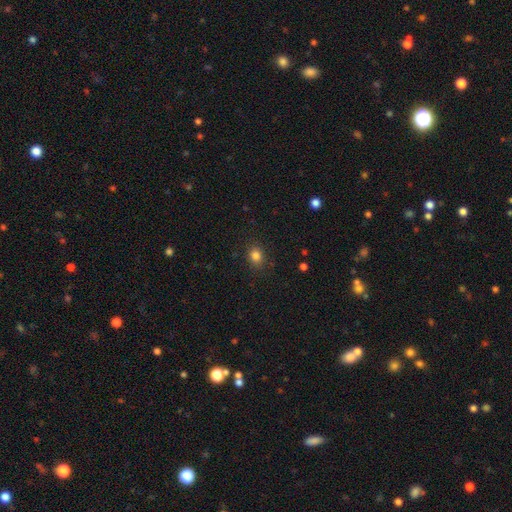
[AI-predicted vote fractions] smooth_or_featured: smooth (p=0.83) [alt: star or artifact p=0.13]
how_rounded: round (p=0.63) [alt: in between p=0.36]
merging: none (p=0.87) [alt: minor disturbance p=0.09]